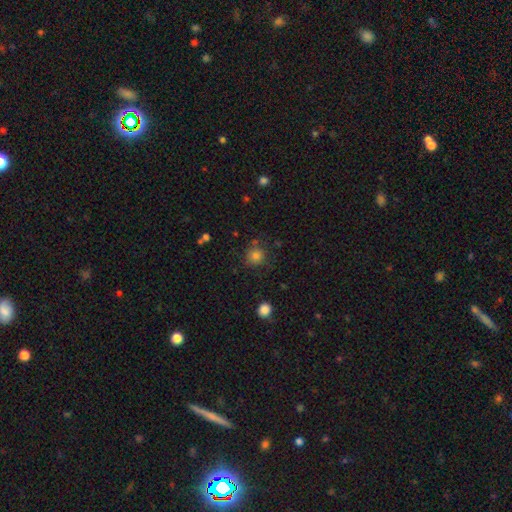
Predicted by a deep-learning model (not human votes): A smooth galaxy with no disk features (79%) that is round (91%). Merging: none (79%).